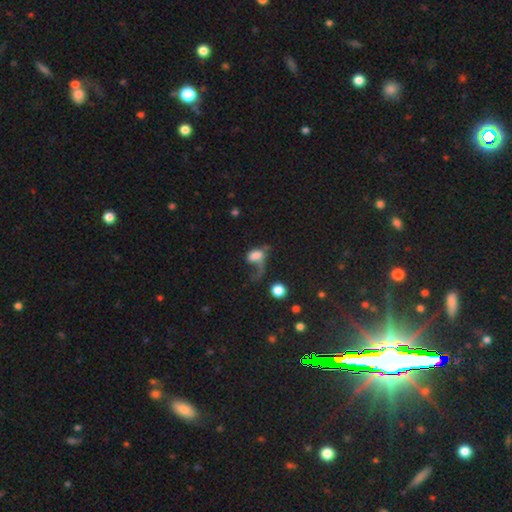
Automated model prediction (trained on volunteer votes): Smooth or featured: smooth — 58% (featured or disk — 29%)
How rounded: in between — 77% (round — 18%)
Merging: major disturbance — 59% (none — 17%)